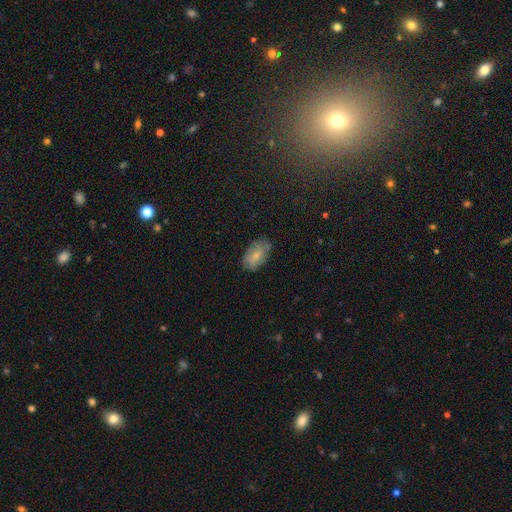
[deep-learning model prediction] smooth 66%, featured or disk 25%, star or artifact 8%. Down the decision tree: how rounded — in between (92%); merging — none (73%).